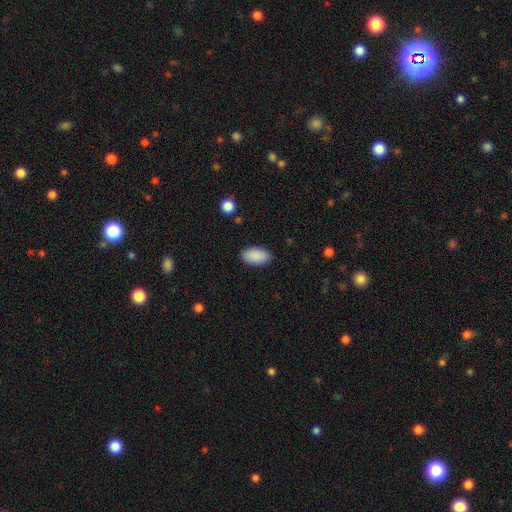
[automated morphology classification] Smooth or featured: smooth — 90% (star or artifact — 6%)
How rounded: in between — 95% (round — 3%)
Merging: none — 88% (minor disturbance — 9%)